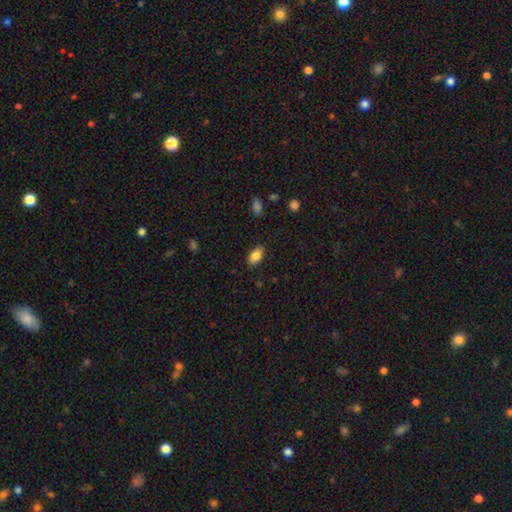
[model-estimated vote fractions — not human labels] Smooth or featured?
  - smooth: 86% *
  - star or artifact: 8%
  - featured or disk: 6%
How rounded?
  - in between: 91% *
  - round: 6%
  - cigar-shaped: 2%
Merging?
  - none: 85% *
  - minor disturbance: 11%
  - major disturbance: 3%
  - merger: 1%